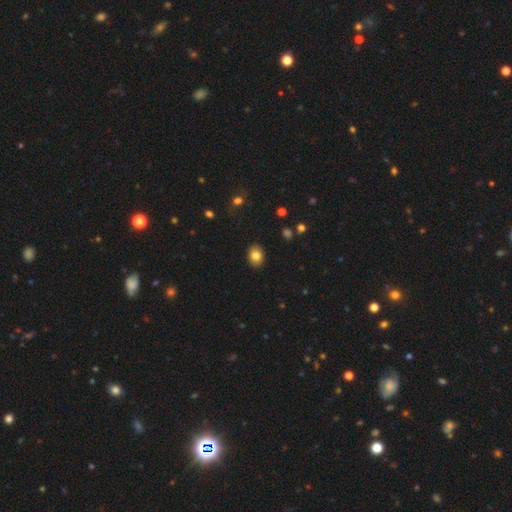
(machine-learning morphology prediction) smooth_or_featured: smooth (p=0.83) [alt: star or artifact p=0.09]
how_rounded: in between (p=0.67) [alt: round p=0.32]
merging: none (p=0.89) [alt: minor disturbance p=0.08]